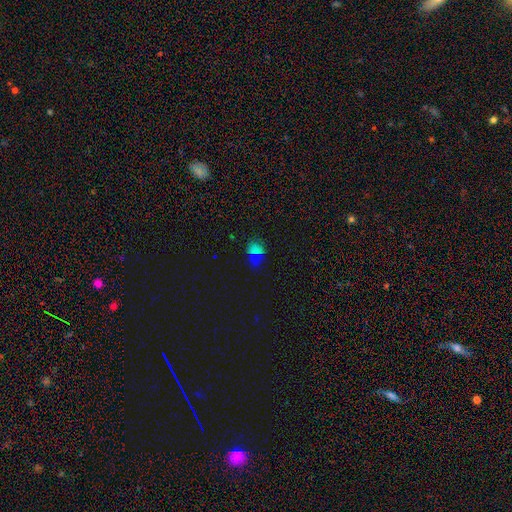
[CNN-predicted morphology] A smooth galaxy with no disk features (49%).

Vote fractions:
- Smooth or featured? smooth: 49% / star or artifact: 45% / featured or disk: 7%
- Merging? none: 71% / minor disturbance: 17% / major disturbance: 8% / merger: 4%